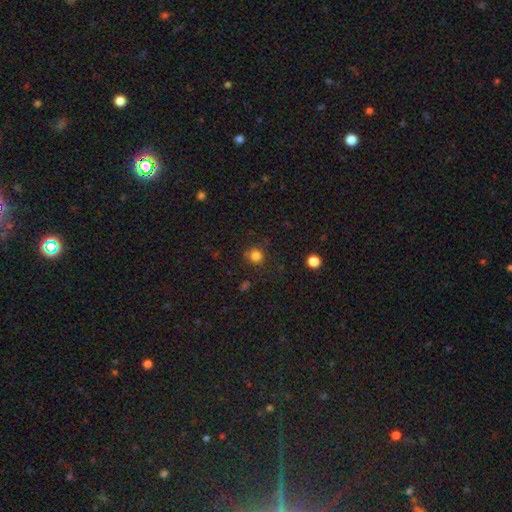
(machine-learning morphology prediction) The model was most divided on "smooth or featured": smooth: 82%, star or artifact: 13%, featured or disk: 5%. More confident: how rounded — round (90%); merging — none (83%).